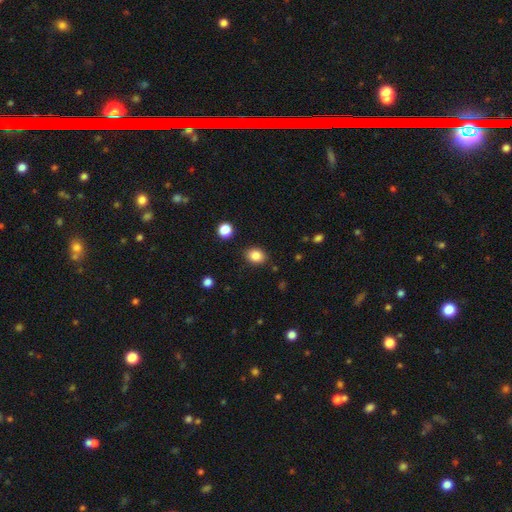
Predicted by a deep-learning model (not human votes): smooth_or_featured: smooth (p=0.85) [alt: star or artifact p=0.10]
how_rounded: in between (p=0.55) [alt: round p=0.44]
merging: none (p=0.86) [alt: minor disturbance p=0.09]